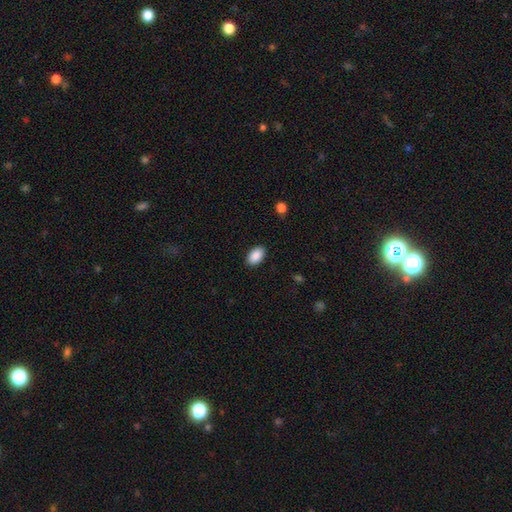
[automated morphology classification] smooth 90%, star or artifact 7%, featured or disk 3%. Down the decision tree: how rounded — in between (93%); merging — none (88%).